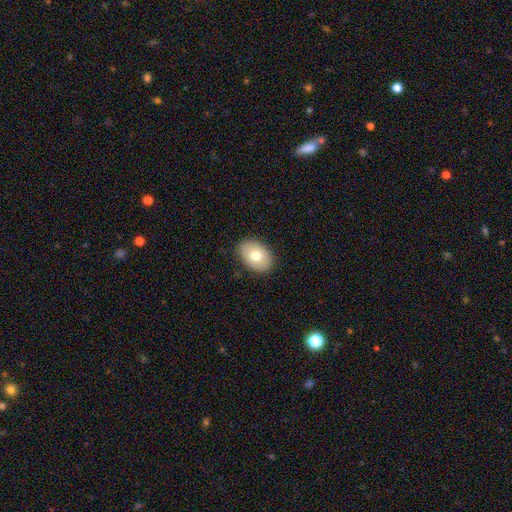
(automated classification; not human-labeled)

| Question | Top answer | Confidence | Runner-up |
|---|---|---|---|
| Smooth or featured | smooth | 72% | featured or disk (21%) |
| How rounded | in between | 83% | round (16%) |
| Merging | none | 86% | minor disturbance (11%) |